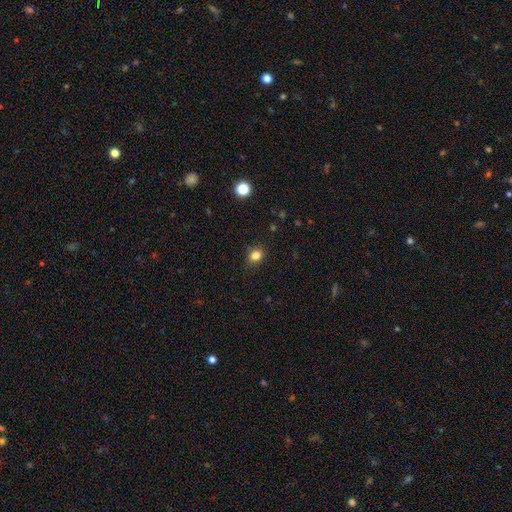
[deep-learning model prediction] Smooth or featured? Predicted: smooth (p=0.83). How rounded? Predicted: round (p=0.56). Merging? Predicted: none (p=0.86).